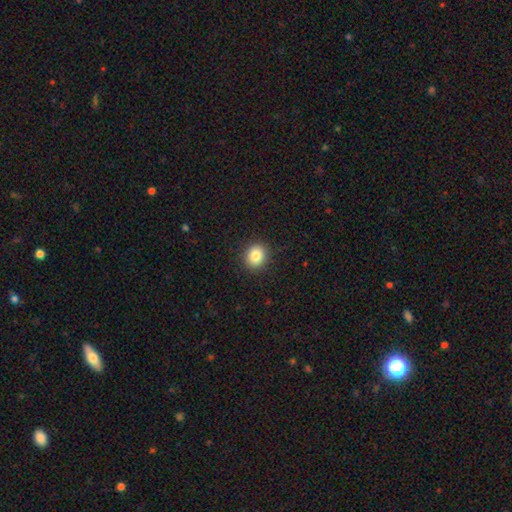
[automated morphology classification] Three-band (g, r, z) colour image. It shows a smooth galaxy with no disk features (85%) that is round (79%). Merging: none (91%).